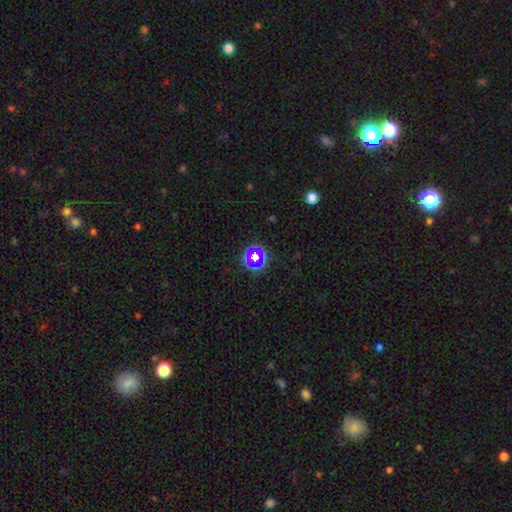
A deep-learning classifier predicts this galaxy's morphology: Smooth or featured: star or artifact — 46% (smooth — 40%)